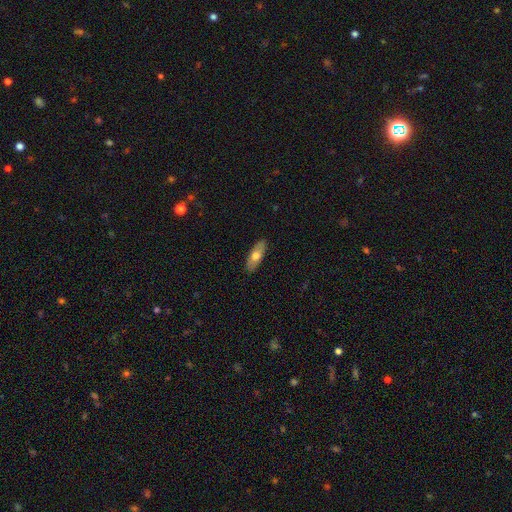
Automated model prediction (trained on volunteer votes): A smooth galaxy with no disk features (63%) that is in between round and cigar-shaped (68%).

Vote fractions:
- Smooth or featured? smooth: 63% / featured or disk: 31% / star or artifact: 6%
- How rounded? in between: 68% / cigar-shaped: 29% / round: 3%
- Merging? none: 89% / minor disturbance: 9% / major disturbance: 2% / merger: 1%